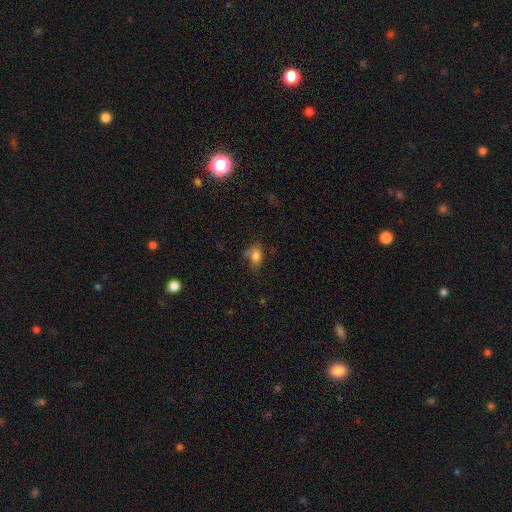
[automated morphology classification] Smooth or featured: smooth — 74% (featured or disk — 14%)
How rounded: in between — 82% (round — 14%)
Merging: none — 46% (minor disturbance — 28%)